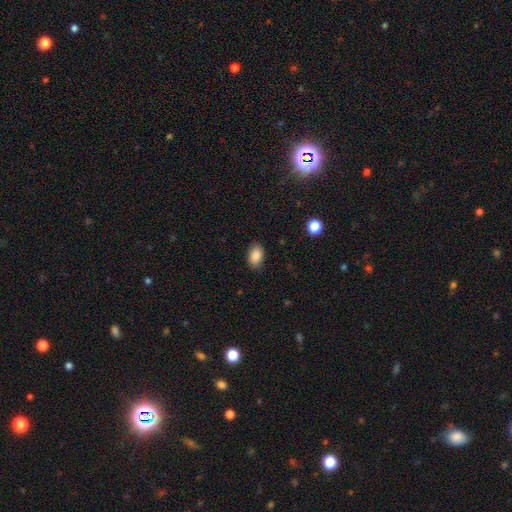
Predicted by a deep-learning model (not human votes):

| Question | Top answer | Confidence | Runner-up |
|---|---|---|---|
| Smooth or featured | smooth | 87% | star or artifact (8%) |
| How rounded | in between | 87% | round (12%) |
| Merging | none | 86% | minor disturbance (11%) |